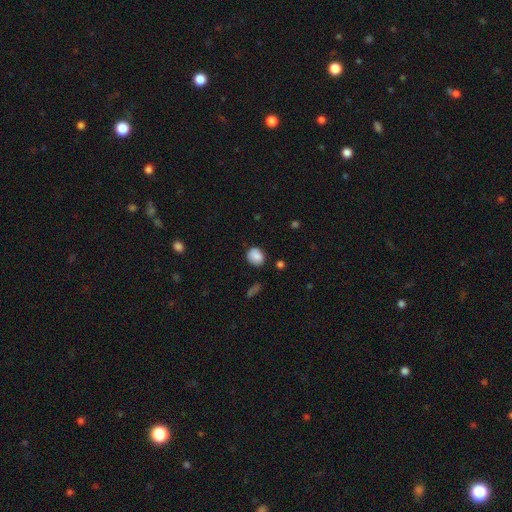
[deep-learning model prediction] smooth 86%, star or artifact 9%, featured or disk 6%. Down the decision tree: how rounded — round (60%); merging — none (75%).